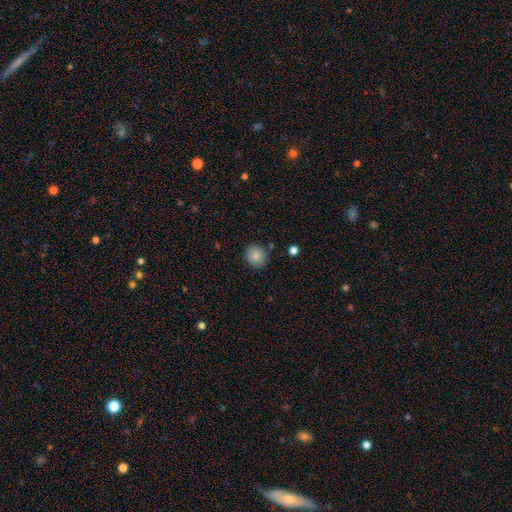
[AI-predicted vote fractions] Smooth or featured? Predicted: smooth (p=0.84). How rounded? Predicted: round (p=0.86). Merging? Predicted: none (p=0.86).